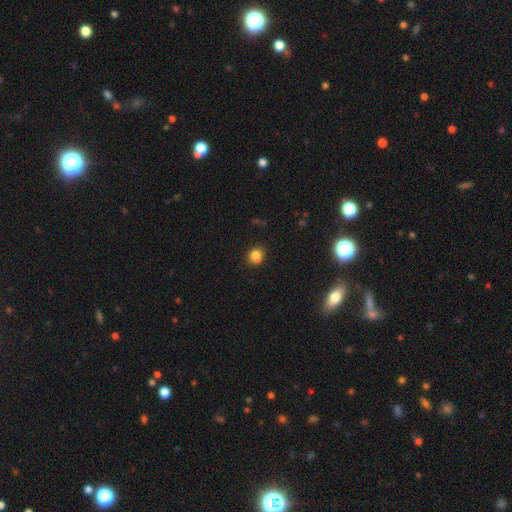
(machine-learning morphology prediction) A smooth galaxy with no disk features (83%) that is round (69%). Merging: none (76%).